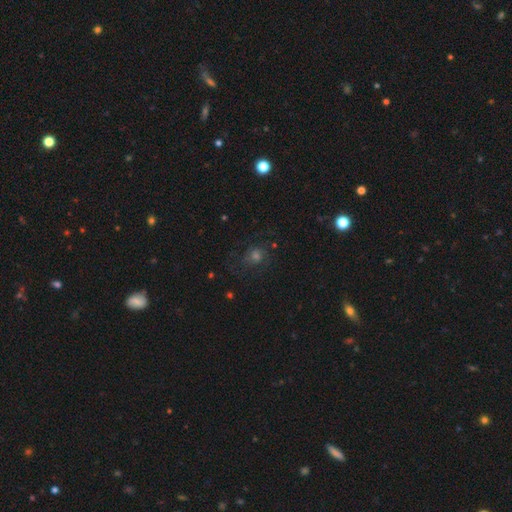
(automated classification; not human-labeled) Smooth or featured: smooth — 43% (star or artifact — 33%)
Merging: none — 70% (minor disturbance — 16%)